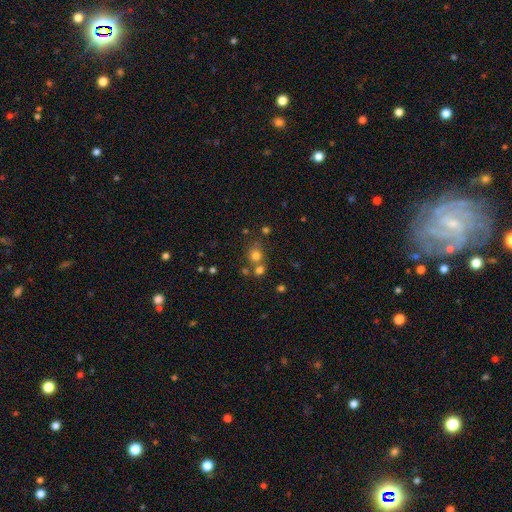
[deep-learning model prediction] Smooth or featured: smooth — 73% (star or artifact — 18%)
How rounded: round — 81% (in between — 18%)
Merging: none — 56% (merger — 30%)